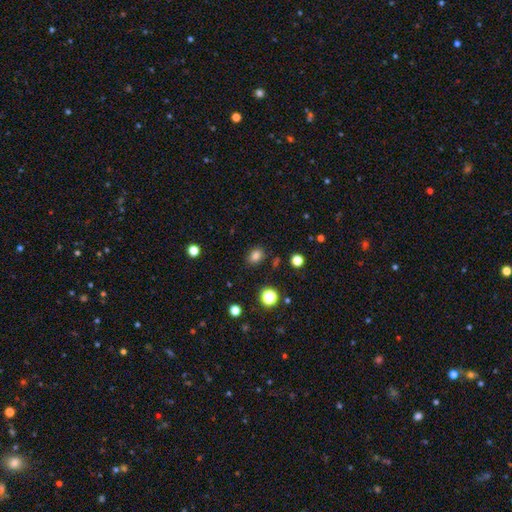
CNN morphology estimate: Overall: smooth (79%). How rounded: in between (60%; round 39%). Merging: none (84%).